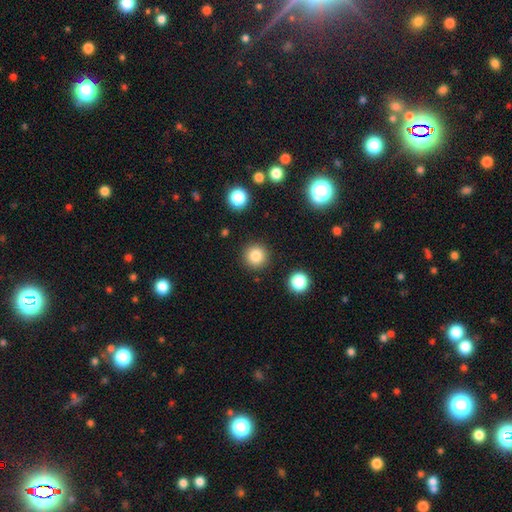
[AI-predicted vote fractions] Smooth or featured: smooth — 83% (star or artifact — 11%)
How rounded: round — 95% (in between — 4%)
Merging: none — 90% (minor disturbance — 6%)